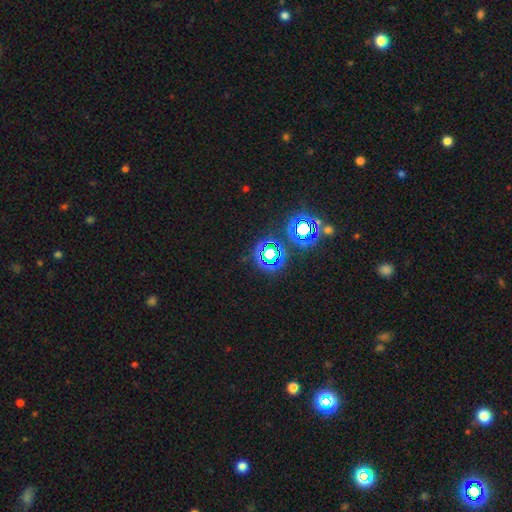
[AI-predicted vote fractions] This appears to be a star or artifact, not a galaxy (76%).